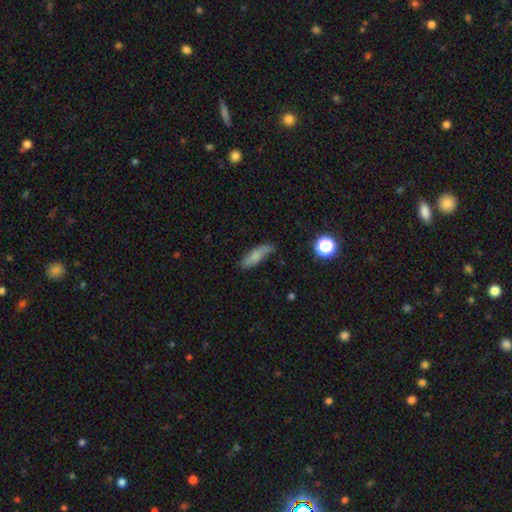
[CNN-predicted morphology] The model was most divided on "how rounded": cigar-shaped: 51%, in between: 45%, round: 4%. More confident: smooth or featured — smooth (74%); merging — none (67%).